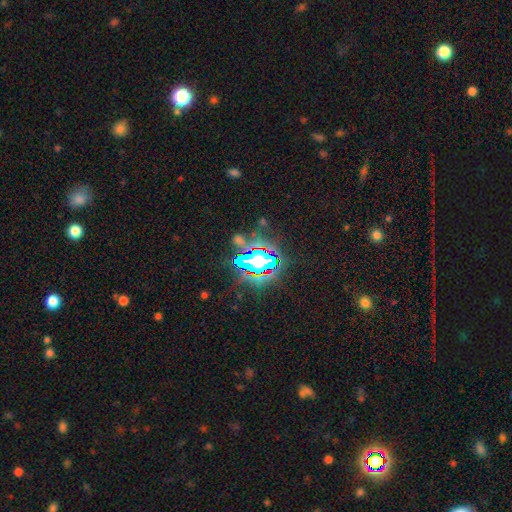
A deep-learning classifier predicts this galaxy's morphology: Overall: star or artifact (78%).